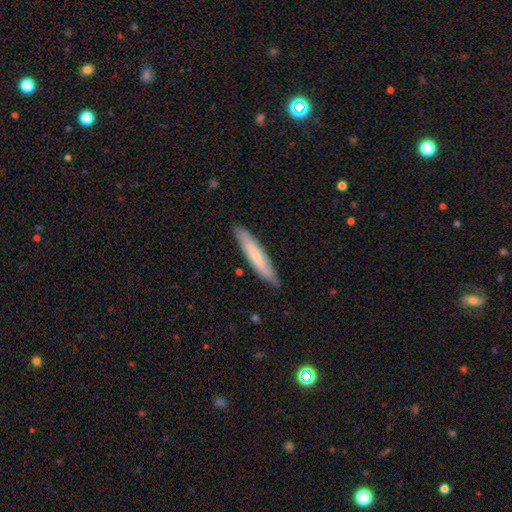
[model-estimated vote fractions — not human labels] Smooth or featured: smooth — 69% (featured or disk — 25%)
How rounded: cigar-shaped — 90% (in between — 9%)
Merging: none — 86% (minor disturbance — 11%)